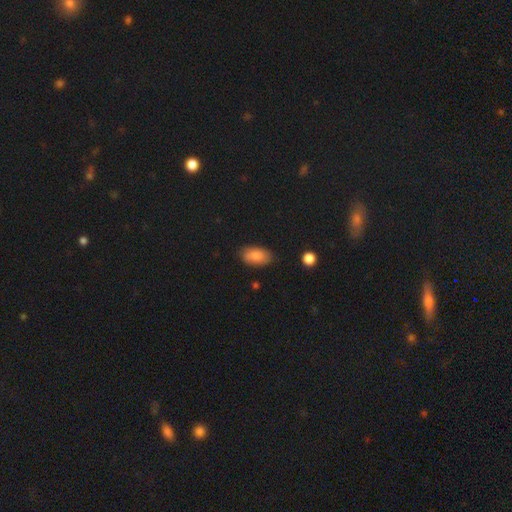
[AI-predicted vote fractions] Smooth or featured?
  - smooth: 80% *
  - featured or disk: 13%
  - star or artifact: 7%
How rounded?
  - in between: 93% *
  - round: 4%
  - cigar-shaped: 2%
Merging?
  - none: 80% *
  - minor disturbance: 15%
  - major disturbance: 3%
  - merger: 2%